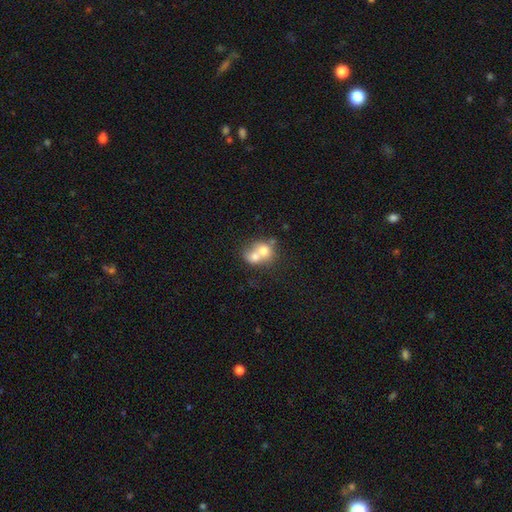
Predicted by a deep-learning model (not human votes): This appears to be a smooth galaxy with no disk features (64%) that is round (65%). Merging: merger (71%).